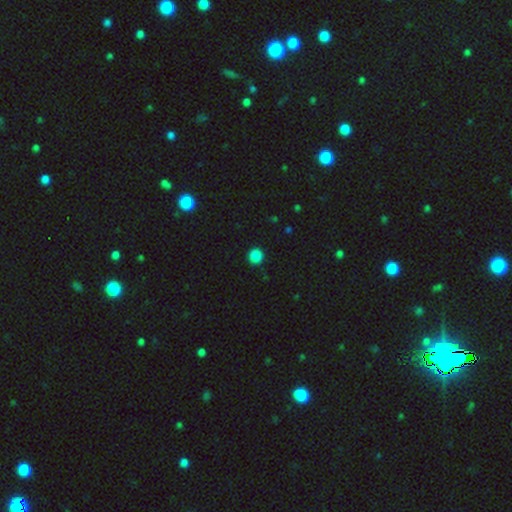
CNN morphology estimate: Smooth or featured: smooth — 86% (star or artifact — 11%)
How rounded: round — 93% (in between — 6%)
Merging: none — 93% (minor disturbance — 5%)